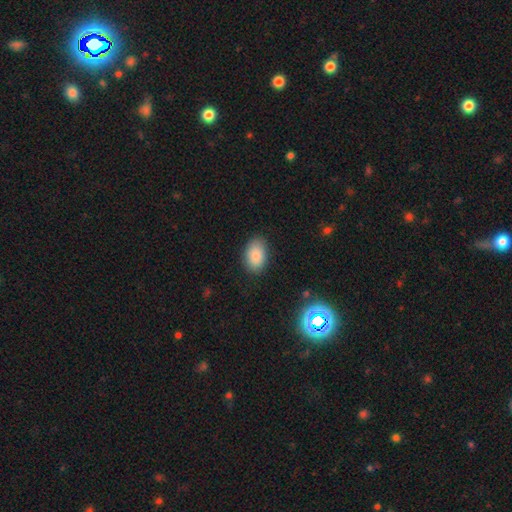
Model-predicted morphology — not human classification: The model was most divided on "merging": none: 85%, minor disturbance: 11%, major disturbance: 3%, merger: 1%. More confident: how rounded — in between (88%); smooth or featured — smooth (88%).